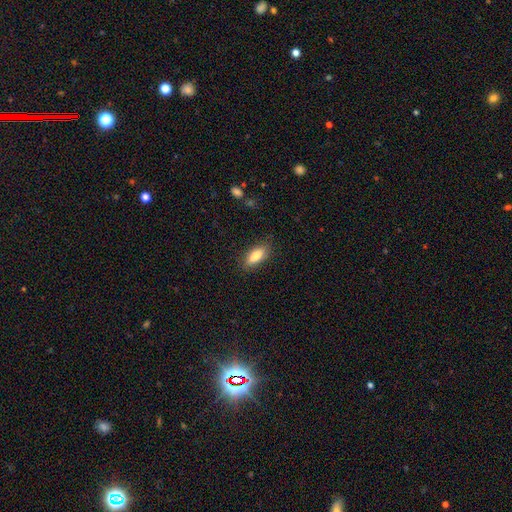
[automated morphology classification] Overall: smooth (83%). How rounded: in between (75%). Merging: none (85%).